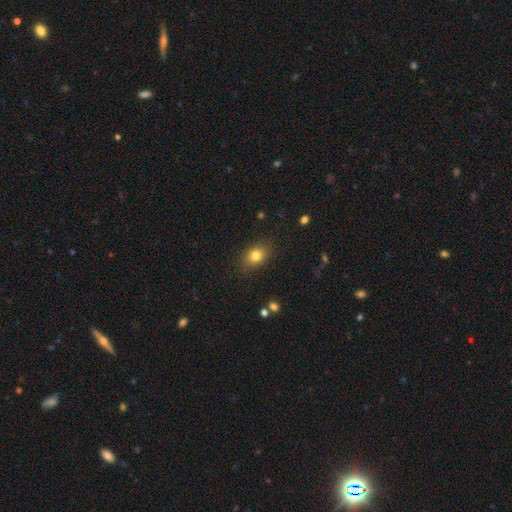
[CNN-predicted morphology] smooth-or-featured: smooth: 80% | star or artifact: 11% | featured or disk: 9%
  how-rounded: in between: 63% | round: 35% | cigar-shaped: 1%
  merging: none: 85% | minor disturbance: 11% | major disturbance: 3% | merger: 1%